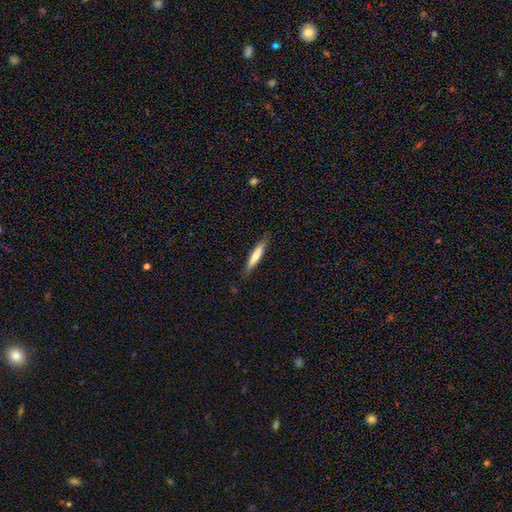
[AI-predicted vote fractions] Morphology: type=smooth (73%); roundness=cigar-shaped (90%); merging=none (86%).